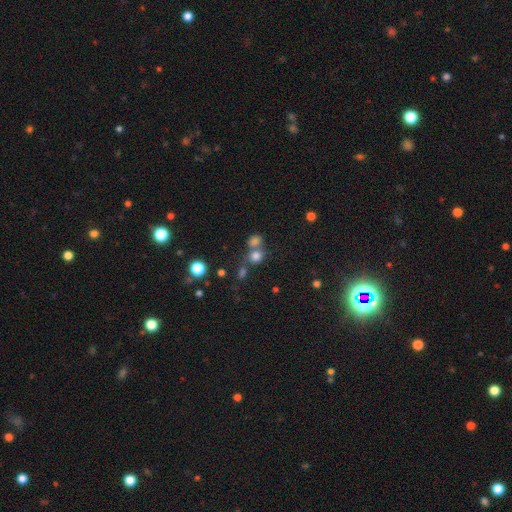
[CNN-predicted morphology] type=smooth (74%); roundness=round (74%); merging=none (48%).